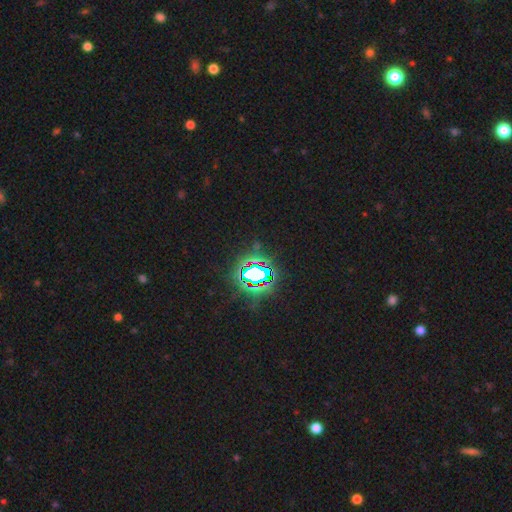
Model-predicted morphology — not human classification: Smooth or featured?
  - star or artifact: 84% *
  - smooth: 10%
  - featured or disk: 6%